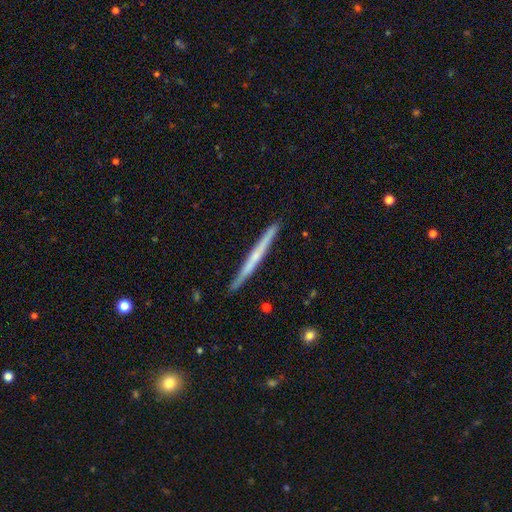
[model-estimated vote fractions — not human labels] Smooth or featured: featured or disk — 59% (smooth — 35%)
Edge-on disk: yes — 98% (no — 2%)
Edge-on bulge: none — 62% (rounded — 32%)
Merging: none — 90% (minor disturbance — 7%)